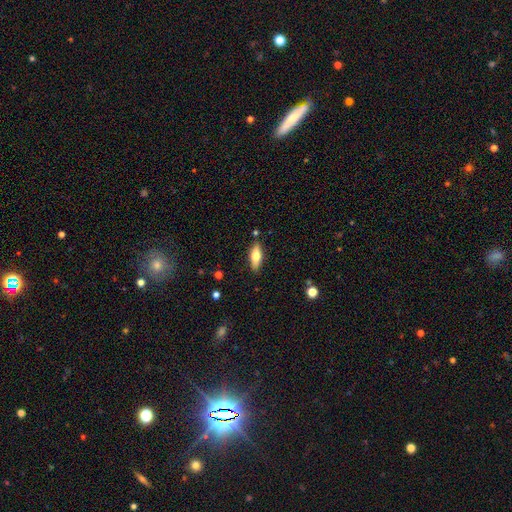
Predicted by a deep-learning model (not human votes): Smooth or featured? Predicted: smooth (p=0.66). How rounded? Predicted: in between (p=0.65). Merging? Predicted: none (p=0.84).